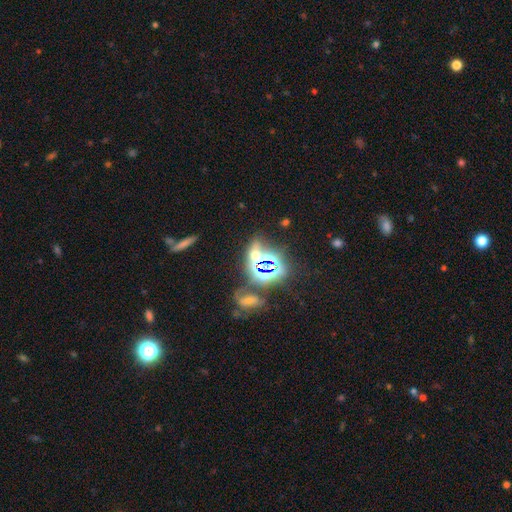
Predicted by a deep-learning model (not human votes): A star or artifact, not a galaxy (61%).

Vote fractions:
- Smooth or featured? star or artifact: 61% / smooth: 28% / featured or disk: 12%